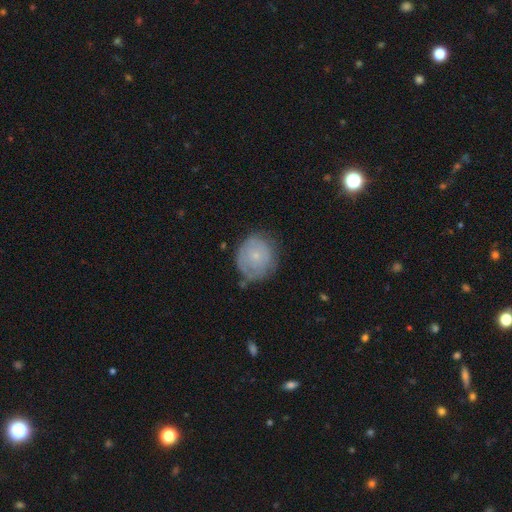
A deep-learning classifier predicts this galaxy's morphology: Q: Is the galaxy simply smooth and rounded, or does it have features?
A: smooth — 52%.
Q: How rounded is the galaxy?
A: round — 83%.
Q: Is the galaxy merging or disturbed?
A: none — 62%.